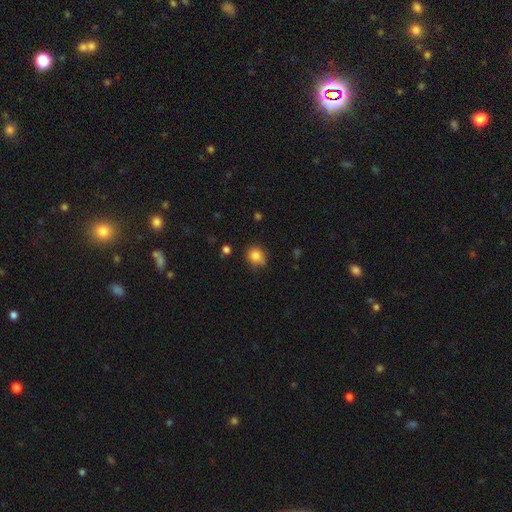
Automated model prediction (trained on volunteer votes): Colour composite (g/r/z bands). It shows a smooth galaxy with no disk features (83%) that is round (74%). Merging: none (69%).